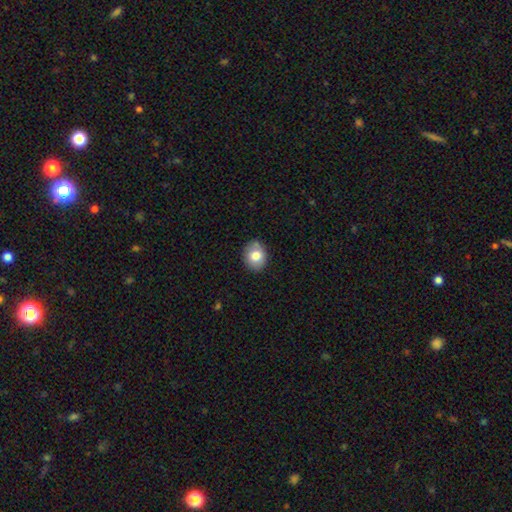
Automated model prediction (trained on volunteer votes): Smooth or featured? Predicted: smooth (p=0.79). How rounded? Predicted: round (p=0.57). Merging? Predicted: none (p=0.83).